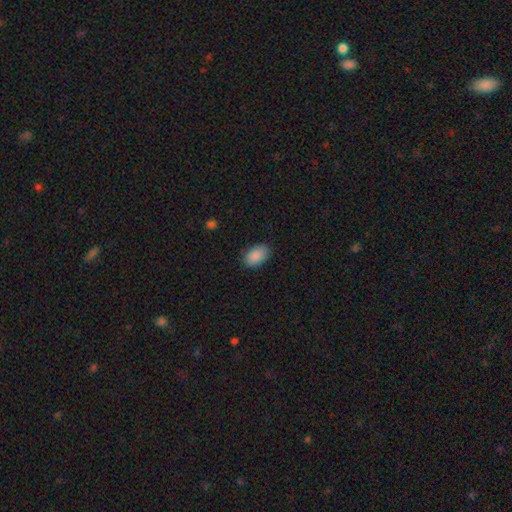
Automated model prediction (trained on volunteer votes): Smooth or featured? Predicted: smooth (p=0.90). How rounded? Predicted: in between (p=0.92). Merging? Predicted: none (p=0.87).